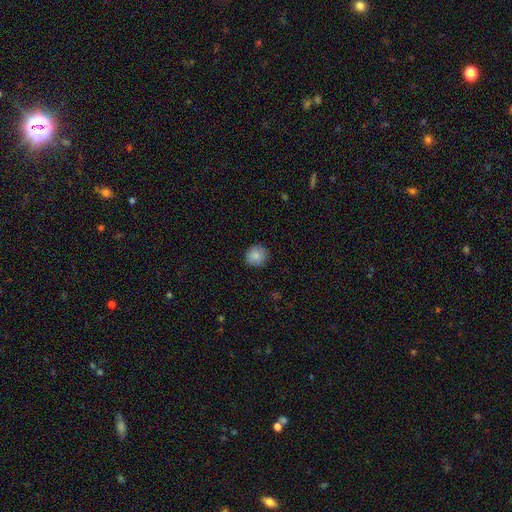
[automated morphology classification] Smooth or featured? smooth (85%)
How rounded? round (91%)
Merging? none (87%)